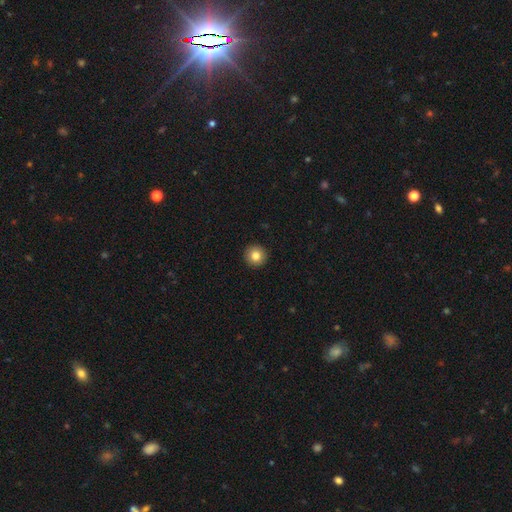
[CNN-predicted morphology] type=smooth (83%); roundness=round (96%); merging=none (93%).